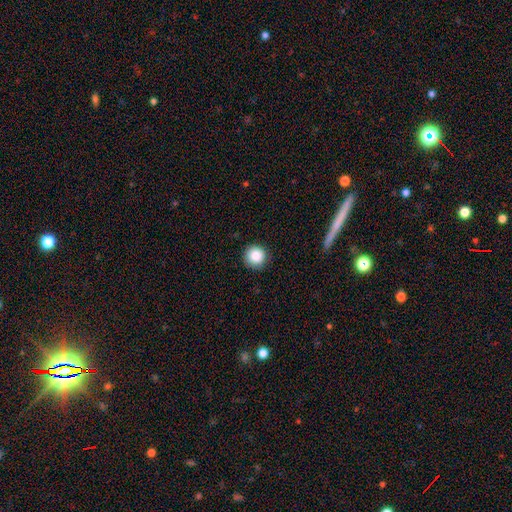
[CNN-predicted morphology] Smooth or featured?
  - smooth: 86% *
  - star or artifact: 10%
  - featured or disk: 4%
How rounded?
  - round: 95% *
  - in between: 4%
  - cigar-shaped: 1%
Merging?
  - none: 88% *
  - minor disturbance: 8%
  - major disturbance: 2%
  - merger: 1%